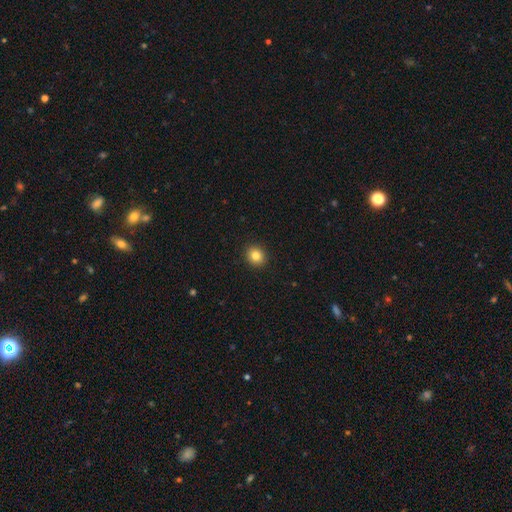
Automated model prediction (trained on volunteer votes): smooth_or_featured: smooth (p=0.83) [alt: star or artifact p=0.11]
how_rounded: round (p=0.78) [alt: in between p=0.21]
merging: none (p=0.92) [alt: minor disturbance p=0.05]